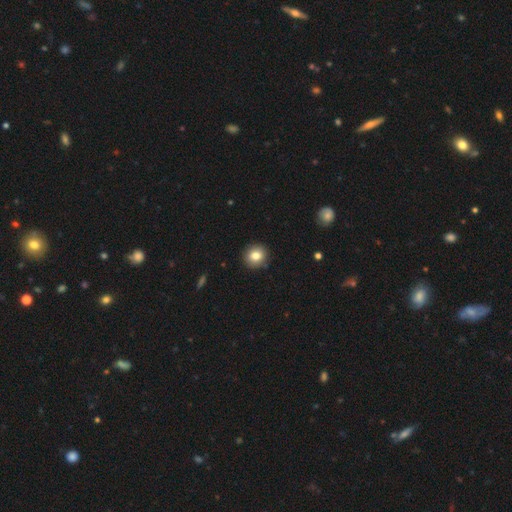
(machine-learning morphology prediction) A smooth galaxy with no disk features (82%) that is round (86%).

Vote fractions:
- Smooth or featured? smooth: 82% / star or artifact: 10% / featured or disk: 8%
- How rounded? round: 86% / in between: 13% / cigar-shaped: 1%
- Merging? none: 90% / minor disturbance: 7% / major disturbance: 2% / merger: 1%